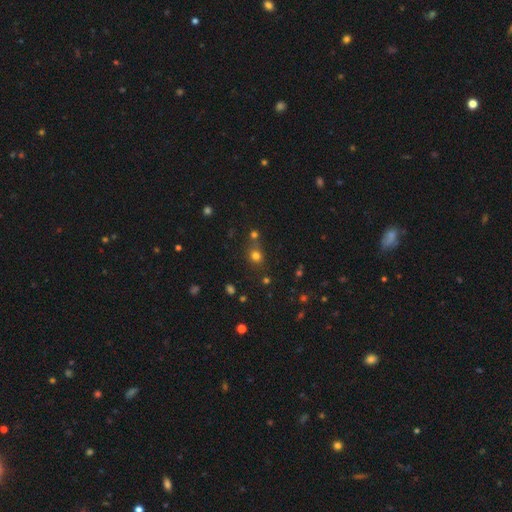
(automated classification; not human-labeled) The model was most divided on "merging": none: 66%, merger: 19%, minor disturbance: 11%, major disturbance: 4%. More confident: how rounded — round (80%); smooth or featured — smooth (71%).